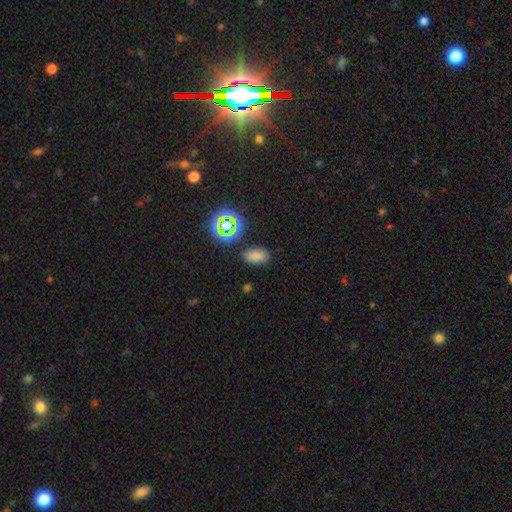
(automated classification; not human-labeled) This is likely a smooth galaxy (74%). How rounded: clearly in between (90%). Merging: clearly none (83%).